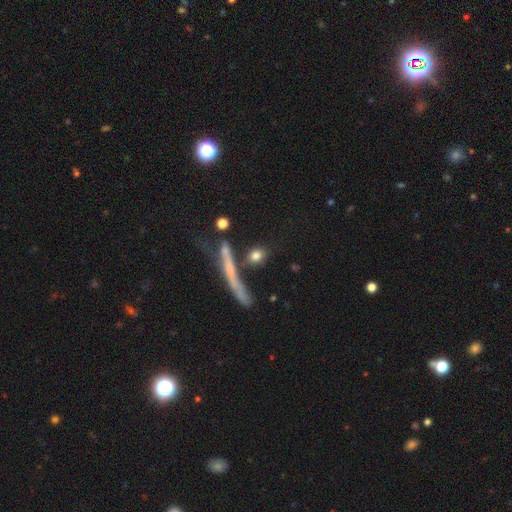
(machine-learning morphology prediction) smooth-or-featured: smooth: 77% | featured or disk: 14% | star or artifact: 10%
  how-rounded: round: 44% | in between: 33% | cigar-shaped: 23%
  merging: none: 71% | minor disturbance: 12% | merger: 11% | major disturbance: 6%